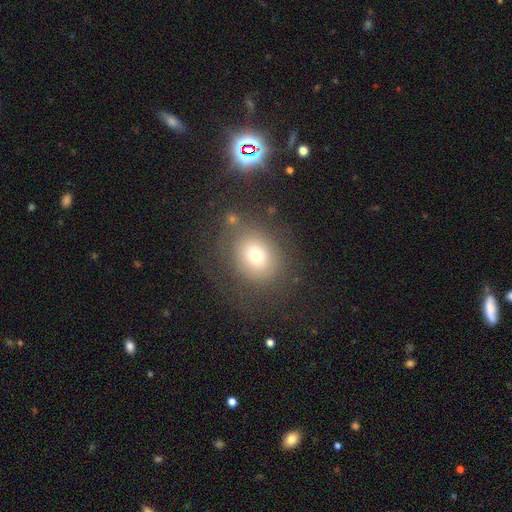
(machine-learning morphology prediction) This is likely a smooth galaxy (66%). How rounded: possibly round (58%). Merging: likely none (70%).